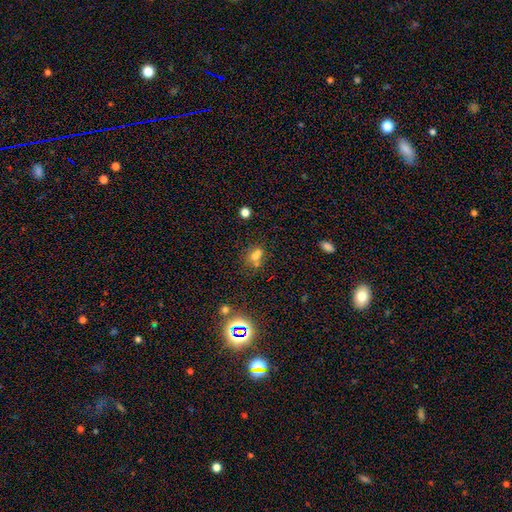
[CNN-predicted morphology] The model was most divided on "merging": merger: 44%, none: 39%, minor disturbance: 11%, major disturbance: 6%. More confident: smooth or featured — smooth (59%); how rounded — round (57%).